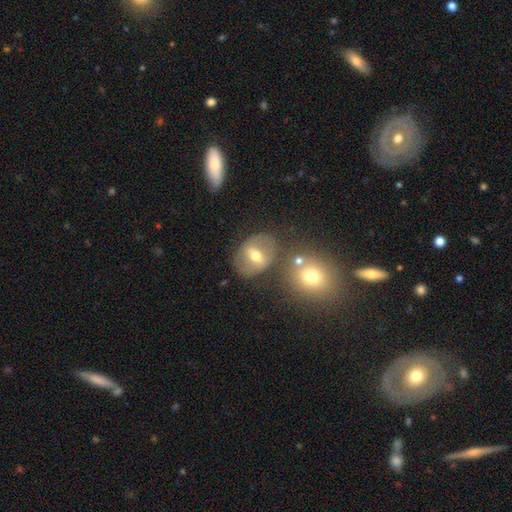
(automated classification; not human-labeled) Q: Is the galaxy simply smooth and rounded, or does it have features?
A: featured or disk — 54%.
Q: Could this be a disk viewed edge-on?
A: no — 92%.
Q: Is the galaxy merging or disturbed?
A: none — 70%.